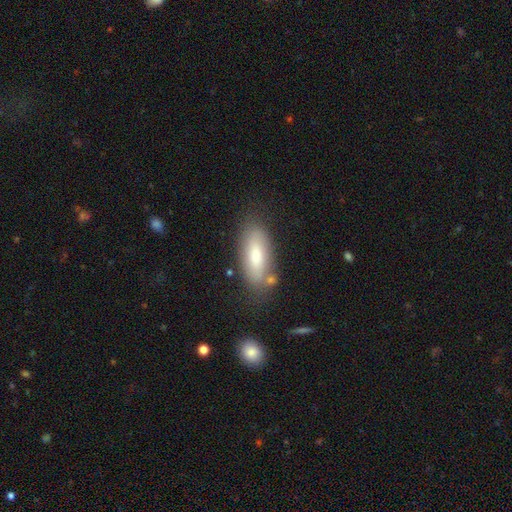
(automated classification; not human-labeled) smooth-or-featured: smooth: 75% | featured or disk: 18% | star or artifact: 7%
  how-rounded: in between: 75% | cigar-shaped: 22% | round: 2%
  merging: none: 74% | minor disturbance: 16% | merger: 6% | major disturbance: 5%